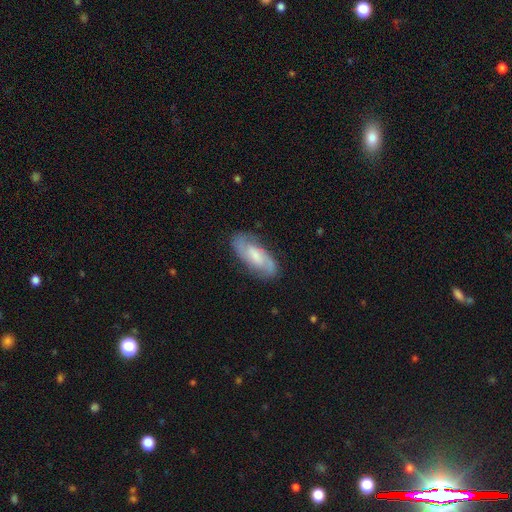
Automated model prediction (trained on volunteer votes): Smooth or featured: featured or disk — 70% (smooth — 24%)
Edge-on disk: no — 92% (yes — 8%)
Bar: weak — 46% (no — 40%)
Spiral arms: yes — 92% (no — 8%)
Spiral winding: medium — 48% (tight — 33%)
Spiral arm count: 2 — 83% (can't tell — 10%)
Bulge size: moderate — 35% (small — 31%)
Merging: none — 79% (minor disturbance — 15%)